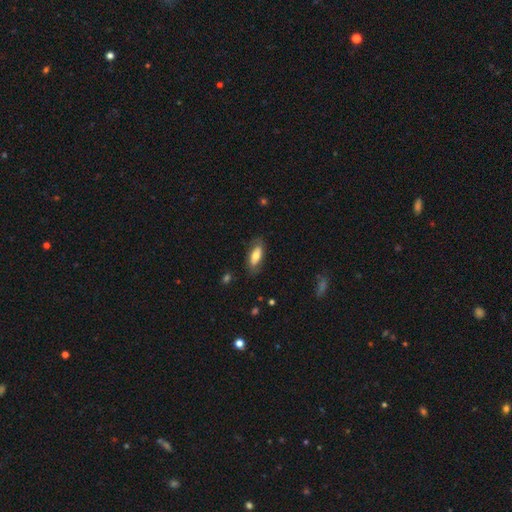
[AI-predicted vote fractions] Smooth or featured? Predicted: smooth (p=0.69). How rounded? Predicted: in between (p=0.76). Merging? Predicted: none (p=0.78).